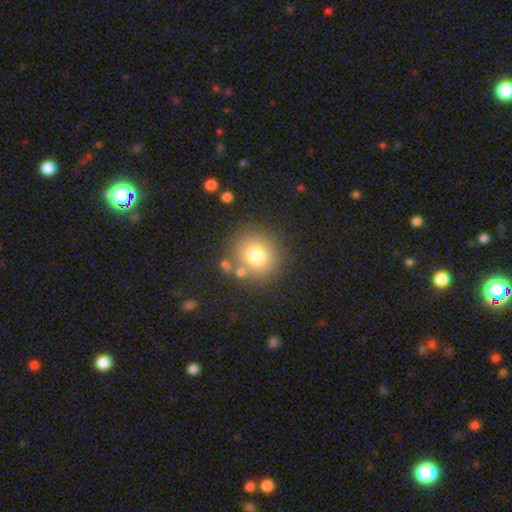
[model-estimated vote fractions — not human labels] Q: Smooth or featured?
A: smooth (76%); runner-up: star or artifact (13%)
Q: How rounded?
A: round (89%); runner-up: in between (10%)
Q: Merging?
A: none (79%); runner-up: minor disturbance (10%)